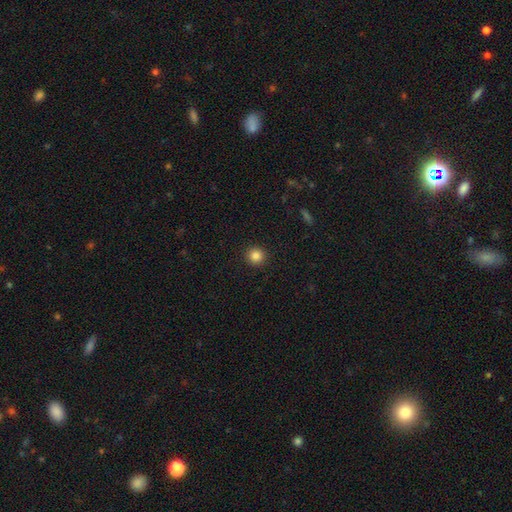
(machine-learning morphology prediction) Smooth or featured: smooth — 85% (star or artifact — 11%)
How rounded: round — 95% (in between — 4%)
Merging: none — 93% (minor disturbance — 5%)